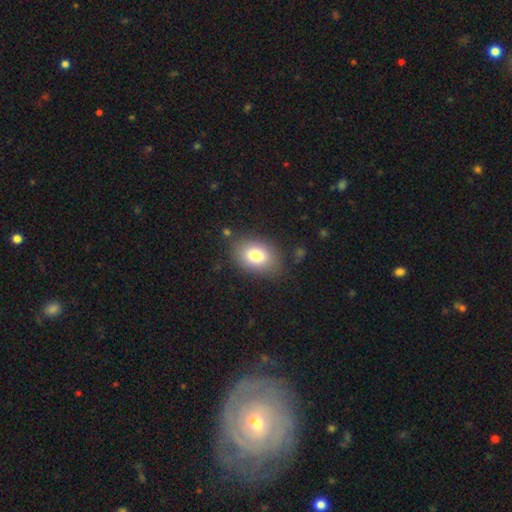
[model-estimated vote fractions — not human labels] This appears to be a smooth galaxy with no disk features (80%) that is in between round and cigar-shaped (82%). Merging: none (80%).